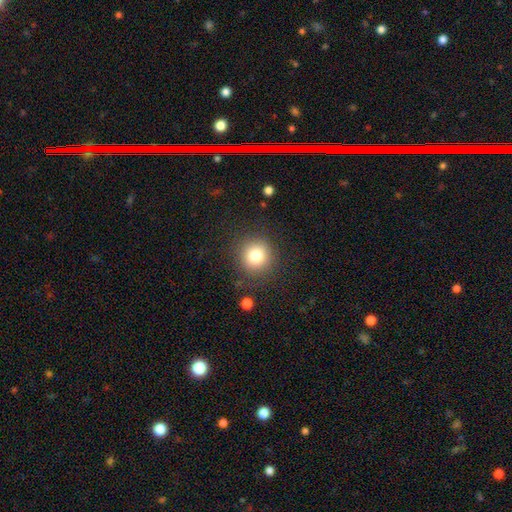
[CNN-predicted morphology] smooth 79%, star or artifact 12%, featured or disk 9%. Down the decision tree: how rounded — round (93%); merging — none (87%).